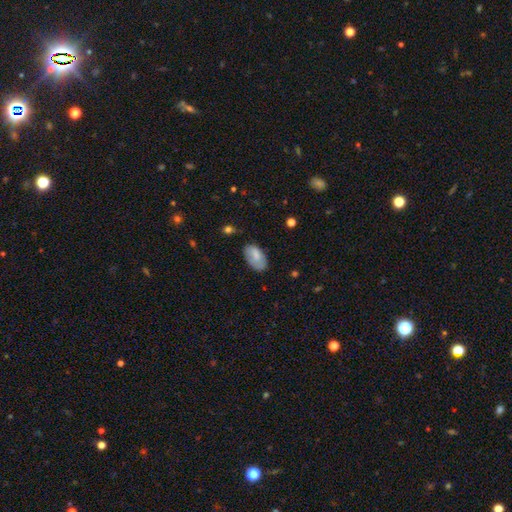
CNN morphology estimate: type=smooth (77%); roundness=in between (94%); merging=none (71%).